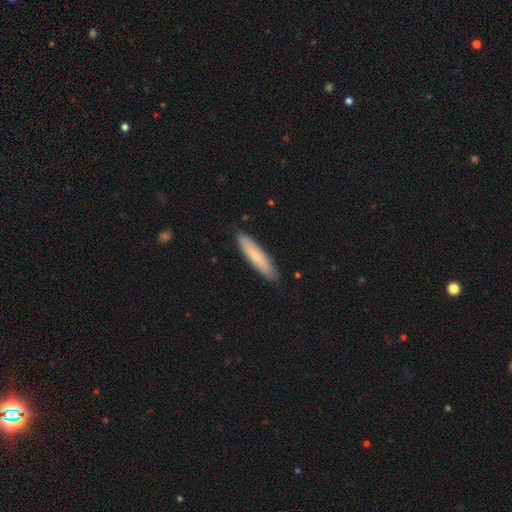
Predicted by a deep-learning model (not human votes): A smooth galaxy with no disk features (74%) that is cigar-shaped (83%).

Vote fractions:
- Smooth or featured? smooth: 74% / featured or disk: 21% / star or artifact: 5%
- How rounded? cigar-shaped: 83% / in between: 16% / round: 1%
- Merging? none: 87% / minor disturbance: 10% / major disturbance: 2% / merger: 1%